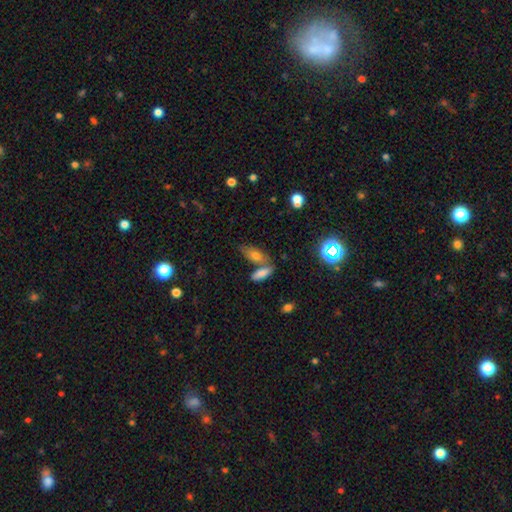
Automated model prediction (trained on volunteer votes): smooth_or_featured: smooth (p=0.71) [alt: featured or disk p=0.17]
how_rounded: in between (p=0.74) [alt: cigar-shaped p=0.21]
merging: none (p=0.50) [alt: merger p=0.33]